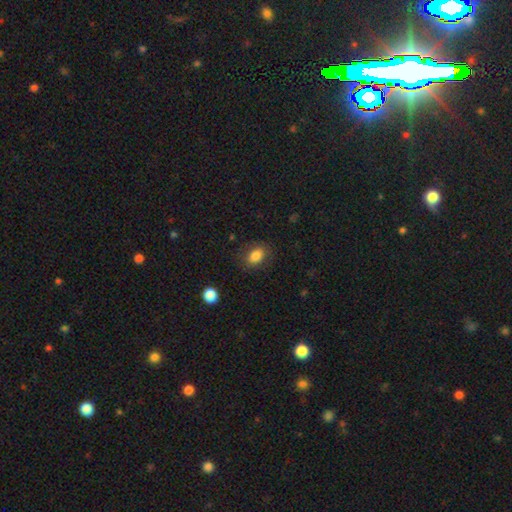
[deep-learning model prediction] The model was most divided on "how rounded": in between: 76%, round: 22%, cigar-shaped: 2%. More confident: smooth or featured — smooth (81%); merging — none (79%).